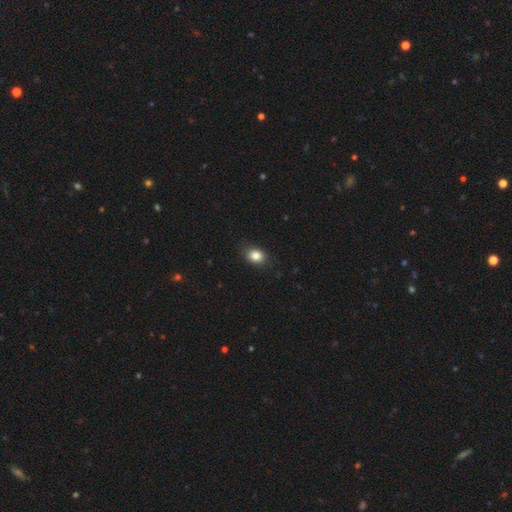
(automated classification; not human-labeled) Q: Smooth or featured?
A: smooth (84%); runner-up: star or artifact (10%)
Q: How rounded?
A: in between (53%); runner-up: round (46%)
Q: Merging?
A: none (86%); runner-up: minor disturbance (11%)